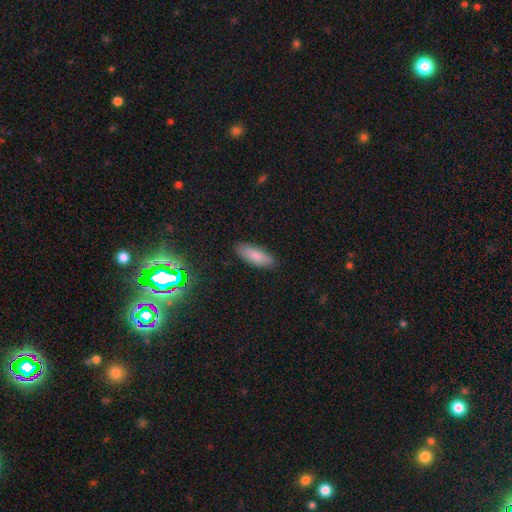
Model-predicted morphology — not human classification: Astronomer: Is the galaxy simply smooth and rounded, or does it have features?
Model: smooth — 84%.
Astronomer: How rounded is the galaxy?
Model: in between — 64%.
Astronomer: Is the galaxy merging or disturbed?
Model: none — 86%.